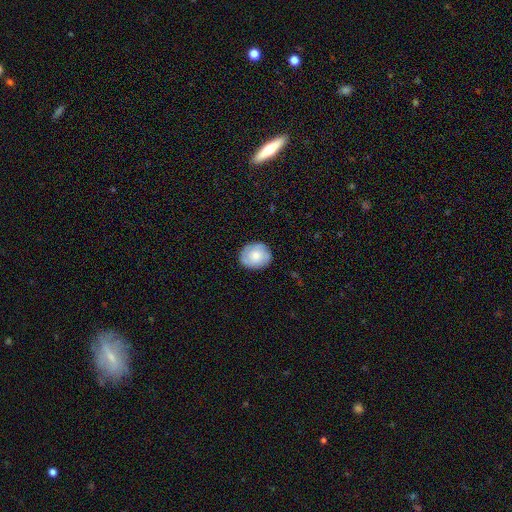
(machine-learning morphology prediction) Smooth or featured: smooth — 69% (featured or disk — 25%)
How rounded: round — 66% (in between — 34%)
Merging: none — 84% (minor disturbance — 12%)